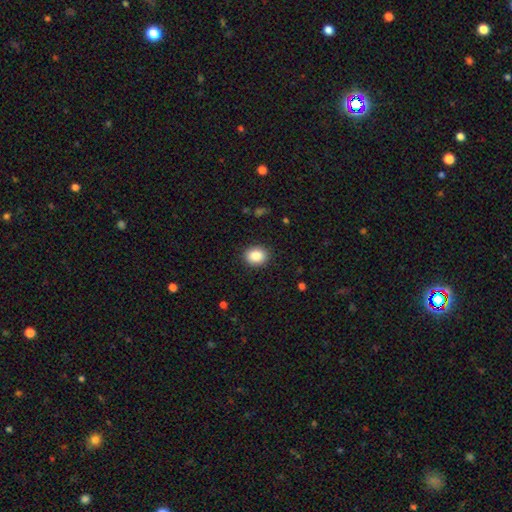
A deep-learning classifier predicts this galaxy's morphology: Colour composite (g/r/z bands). It shows a smooth galaxy with no disk features (87%) that is round (52%). Merging: none (90%).